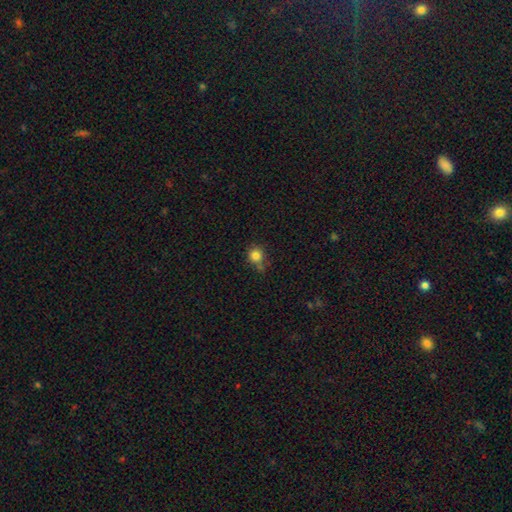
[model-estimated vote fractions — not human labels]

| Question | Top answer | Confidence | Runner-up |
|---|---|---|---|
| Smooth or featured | smooth | 82% | star or artifact (12%) |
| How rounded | round | 86% | in between (13%) |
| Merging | none | 66% | minor disturbance (18%) |